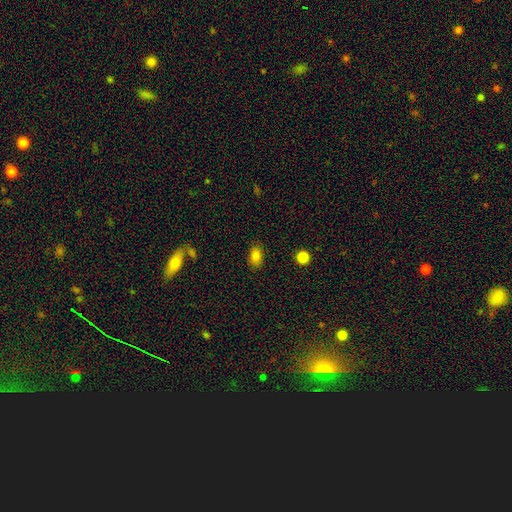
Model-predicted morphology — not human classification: A smooth galaxy with no disk features (81%) that is in between round and cigar-shaped (84%). Merging: none (85%).